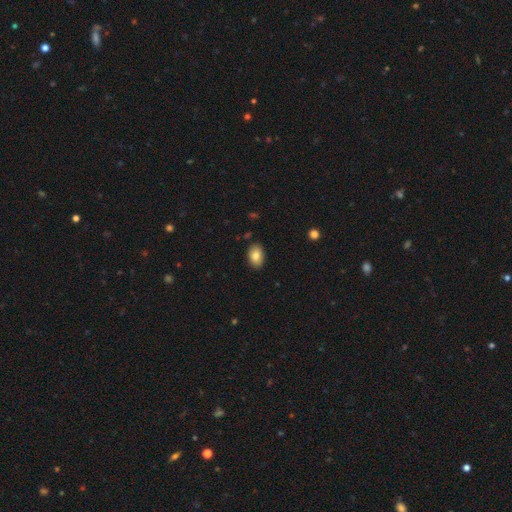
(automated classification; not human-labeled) Overall: smooth (82%). How rounded: in between (83%). Merging: none (87%).